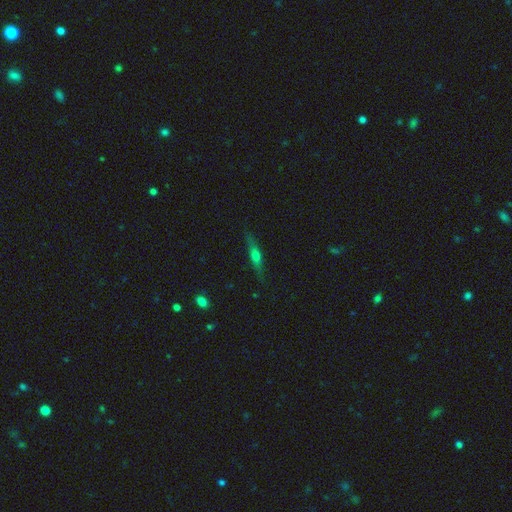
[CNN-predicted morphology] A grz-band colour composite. It shows a featured or disk galaxy (53%) viewed edge-on (92%). Merging: none (85%).